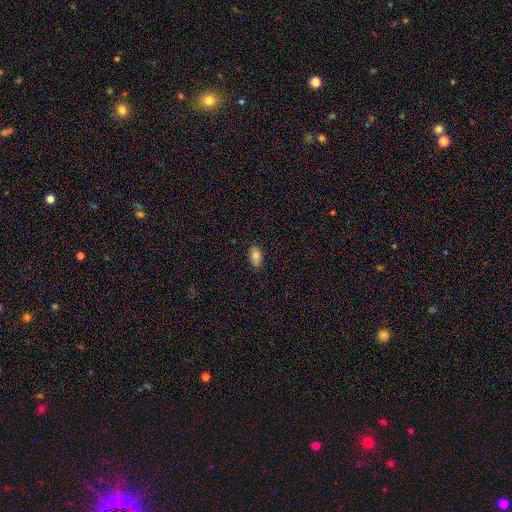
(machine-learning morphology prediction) Overall: smooth (80%). How rounded: in between (90%). Merging: none (83%).